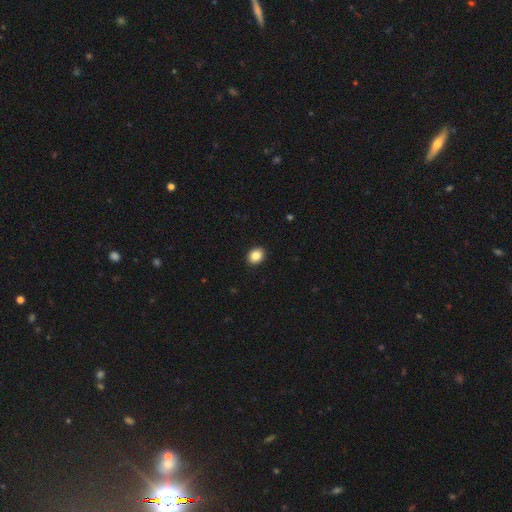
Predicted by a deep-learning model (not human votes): A smooth galaxy with no disk features (86%) that is in between round and cigar-shaped (51%).

Vote fractions:
- Smooth or featured? smooth: 86% / star or artifact: 9% / featured or disk: 5%
- How rounded? in between: 51% / round: 49% / cigar-shaped: 1%
- Merging? none: 92% / minor disturbance: 6% / major disturbance: 2% / merger: 1%